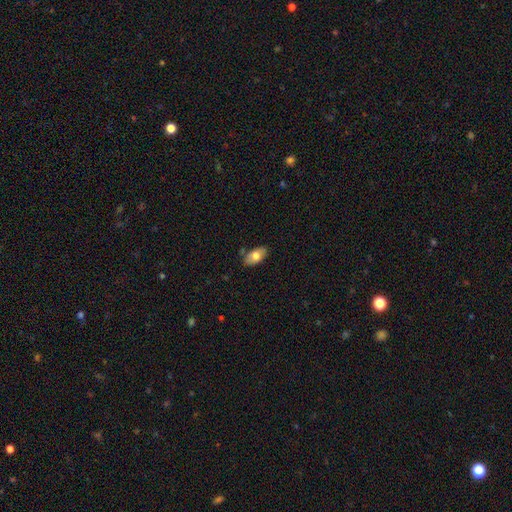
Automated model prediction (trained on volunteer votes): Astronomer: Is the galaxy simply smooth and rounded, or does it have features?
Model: smooth — 74%.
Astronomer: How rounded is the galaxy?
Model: in between — 93%.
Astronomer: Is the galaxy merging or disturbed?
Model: none — 81%.